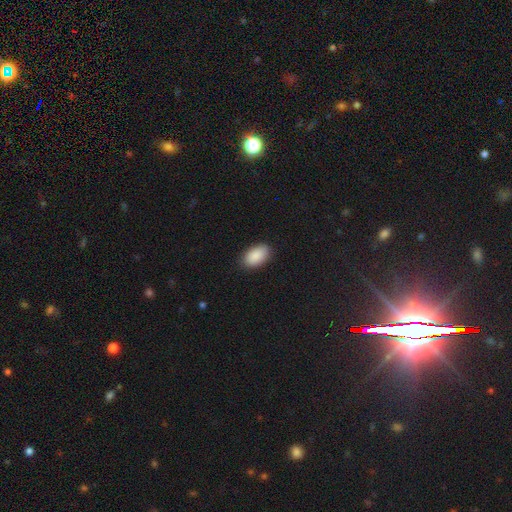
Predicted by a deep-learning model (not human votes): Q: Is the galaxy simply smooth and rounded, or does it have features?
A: smooth — 90%.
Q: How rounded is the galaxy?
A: in between — 94%.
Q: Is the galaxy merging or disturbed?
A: none — 87%.